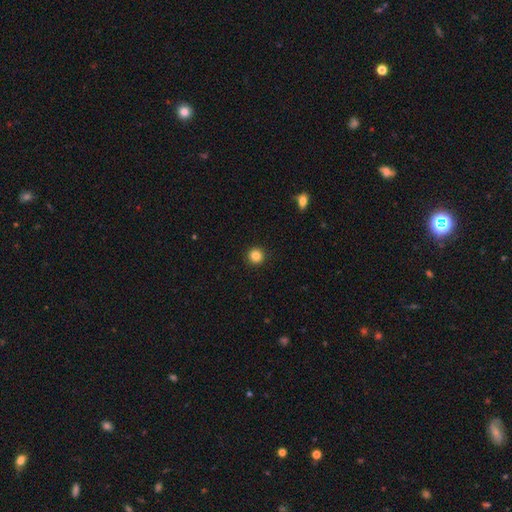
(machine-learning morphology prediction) Q: Smooth or featured?
A: smooth (85%); runner-up: star or artifact (11%)
Q: How rounded?
A: round (95%); runner-up: in between (4%)
Q: Merging?
A: none (93%); runner-up: minor disturbance (4%)